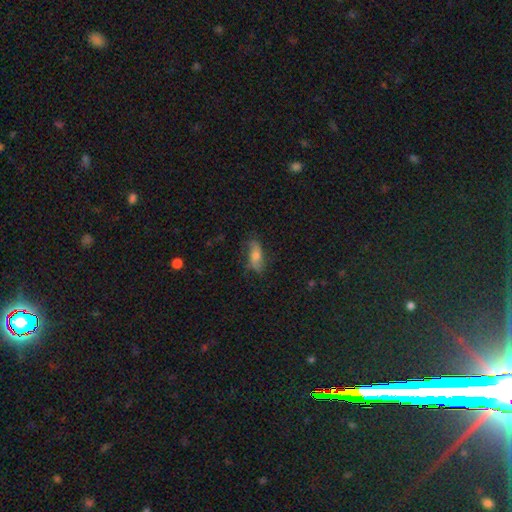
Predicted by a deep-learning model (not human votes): Overall: smooth (56%; featured or disk 35%). How rounded: in between (69%). Merging: none (70%).